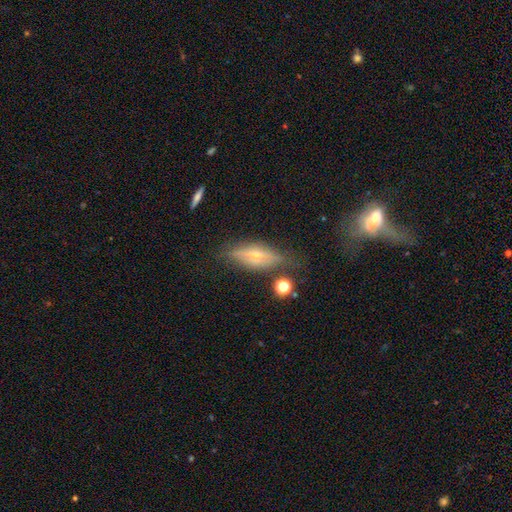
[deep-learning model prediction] smooth-or-featured: featured or disk: 59% | smooth: 31% | star or artifact: 10%
  disk-edge-on: yes: 82% | no: 18%
  merging: none: 71% | minor disturbance: 19% | major disturbance: 7% | merger: 3%